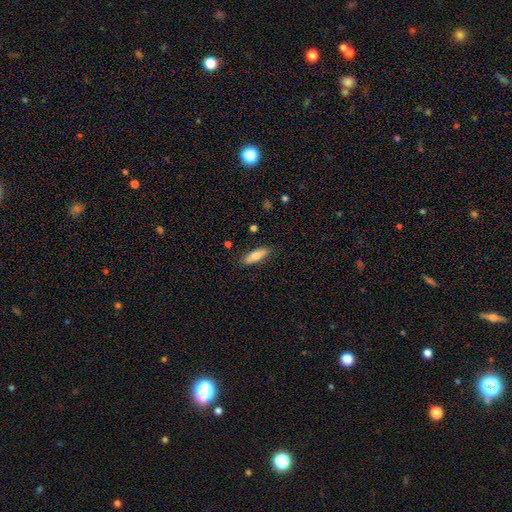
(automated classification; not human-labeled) Smooth or featured? Predicted: smooth (p=0.69). How rounded? Predicted: cigar-shaped (p=0.51). Merging? Predicted: none (p=0.86).